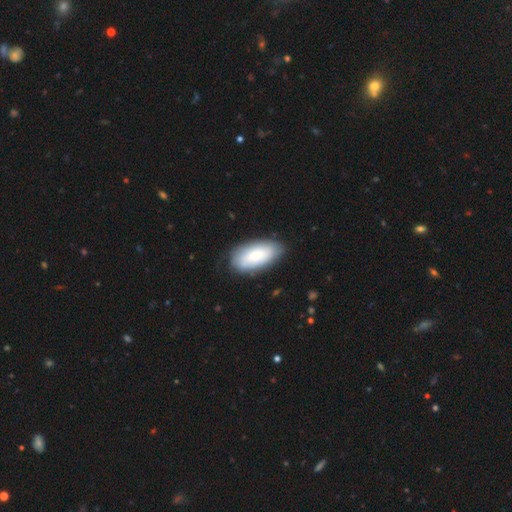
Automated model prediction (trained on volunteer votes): Smooth or featured? smooth (73%)
How rounded? in between (93%)
Merging? none (80%)